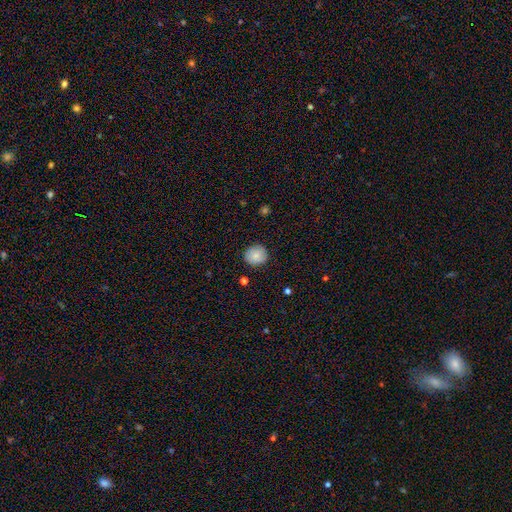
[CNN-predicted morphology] smooth_or_featured: smooth (p=0.85) [alt: star or artifact p=0.08]
how_rounded: round (p=0.82) [alt: in between p=0.17]
merging: none (p=0.87) [alt: minor disturbance p=0.10]